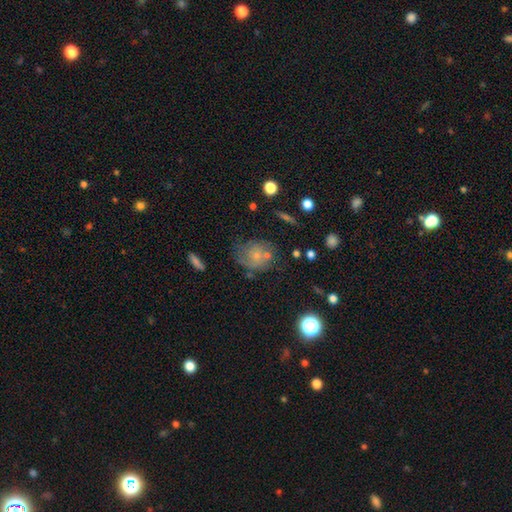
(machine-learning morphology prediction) A smooth galaxy with no disk features (50%) that is round (67%). Merging: none (49%).